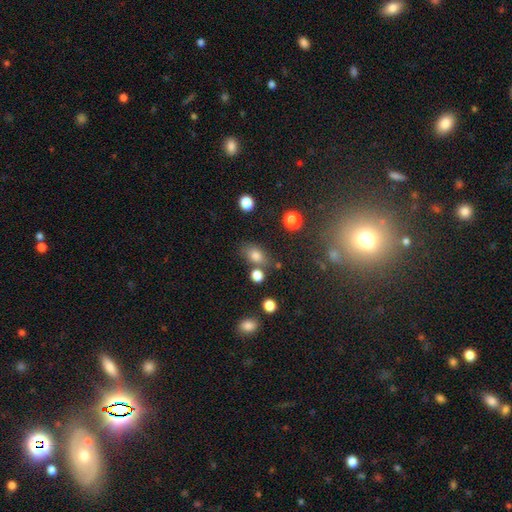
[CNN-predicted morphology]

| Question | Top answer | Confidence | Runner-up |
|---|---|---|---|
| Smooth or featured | smooth | 78% | star or artifact (13%) |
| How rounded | in between | 76% | round (22%) |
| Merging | none | 67% | minor disturbance (15%) |